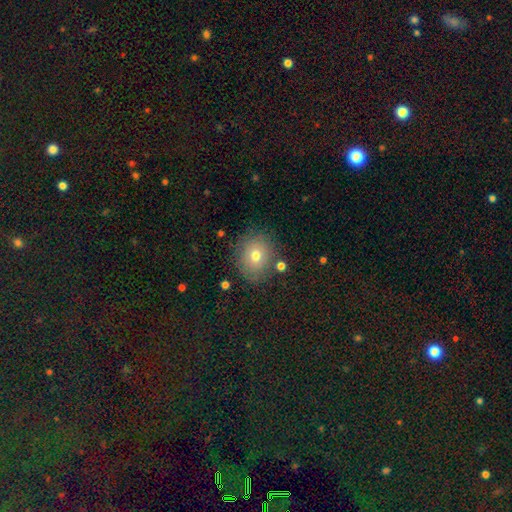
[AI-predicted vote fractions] Smooth or featured: smooth — 72% (featured or disk — 16%)
How rounded: round — 70% (in between — 29%)
Merging: none — 80% (minor disturbance — 12%)